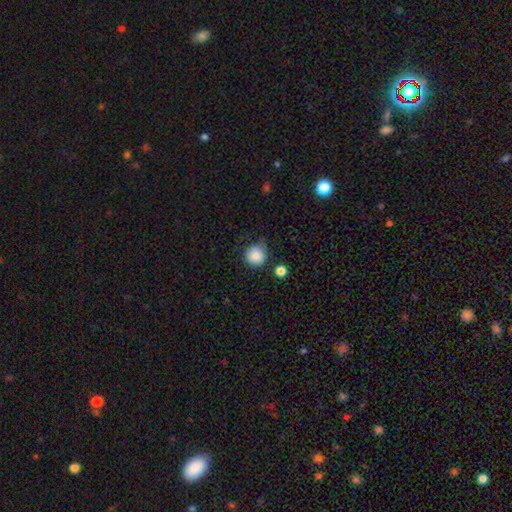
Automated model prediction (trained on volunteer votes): Smooth or featured? smooth (86%)
How rounded? round (93%)
Merging? none (72%)